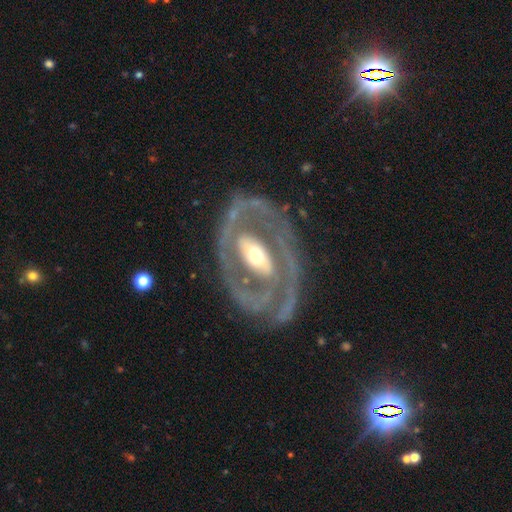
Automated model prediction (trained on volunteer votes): Smooth or featured? featured or disk (82%)
Edge-on disk? no (94%)
Bar? no (37%)
Spiral arms? yes (58%)
Bulge size? moderate (62%)
Merging? none (66%)